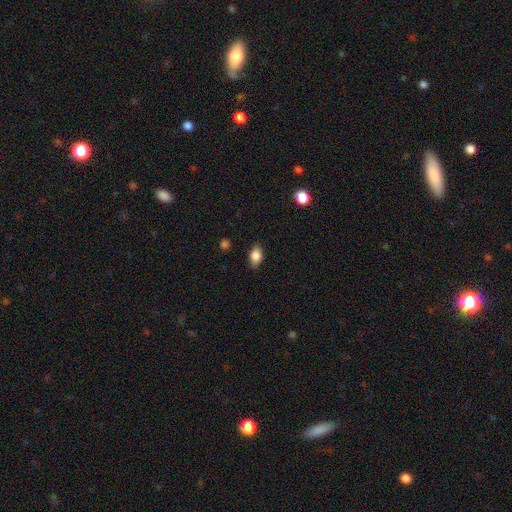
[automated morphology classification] Smooth or featured? Predicted: smooth (p=0.85). How rounded? Predicted: in between (p=0.86). Merging? Predicted: none (p=0.83).